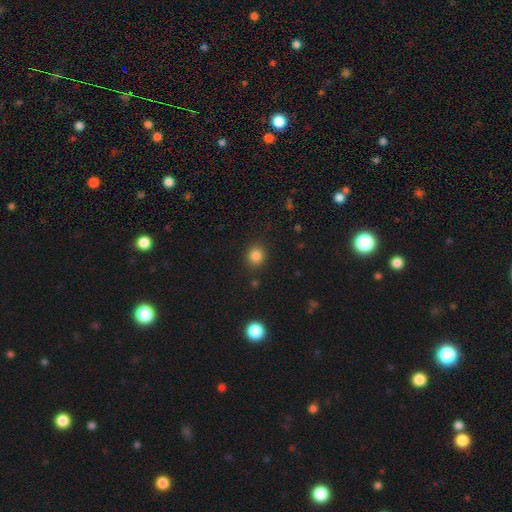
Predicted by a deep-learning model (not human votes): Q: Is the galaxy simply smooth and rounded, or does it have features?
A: smooth — 84%.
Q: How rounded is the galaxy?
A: round — 85%.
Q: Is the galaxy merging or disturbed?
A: none — 89%.